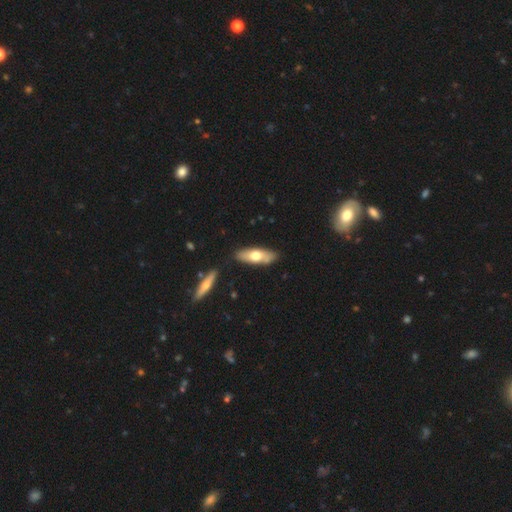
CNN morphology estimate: type=smooth (59%); roundness=in between (57%); merging=none (80%).